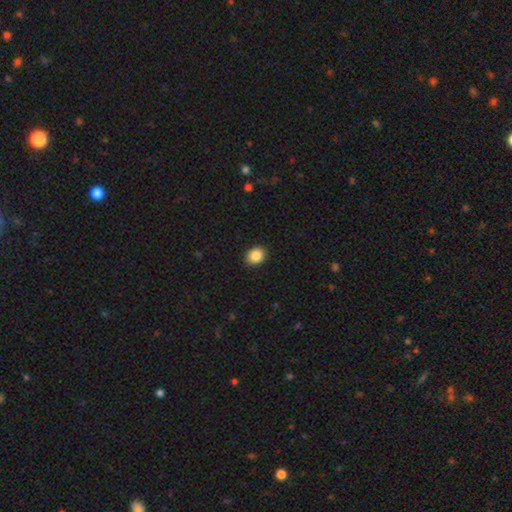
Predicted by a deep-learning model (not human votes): Overall: smooth (86%). How rounded: round (51%; in between 48%). Merging: none (91%).